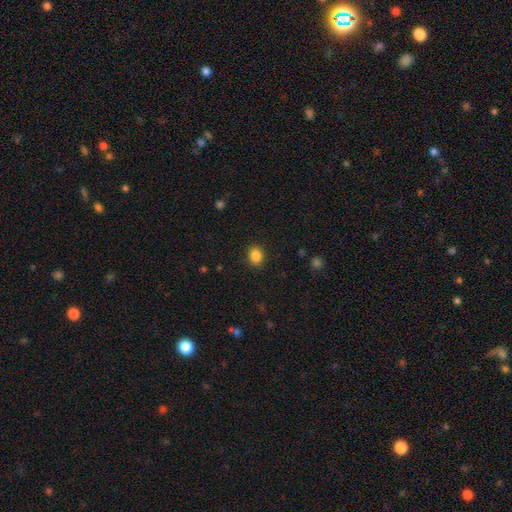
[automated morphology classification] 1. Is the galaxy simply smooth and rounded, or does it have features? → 86% smooth, 10% star or artifact, 4% featured or disk.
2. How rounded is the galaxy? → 55% round, 44% in between, 1% cigar-shaped.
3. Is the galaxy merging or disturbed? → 90% none, 7% minor disturbance, 2% major disturbance, 1% merger.